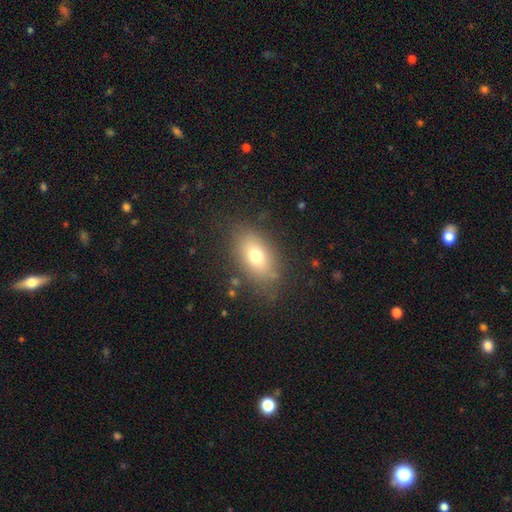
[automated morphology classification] Smooth or featured: smooth — 72% (featured or disk — 17%)
How rounded: in between — 86% (round — 11%)
Merging: none — 78% (minor disturbance — 15%)